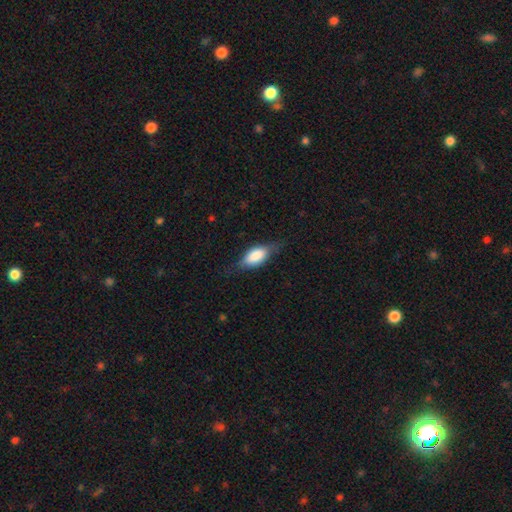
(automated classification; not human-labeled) This is likely a smooth galaxy (70%). How rounded: clearly in between (82%). Merging: likely none (67%).